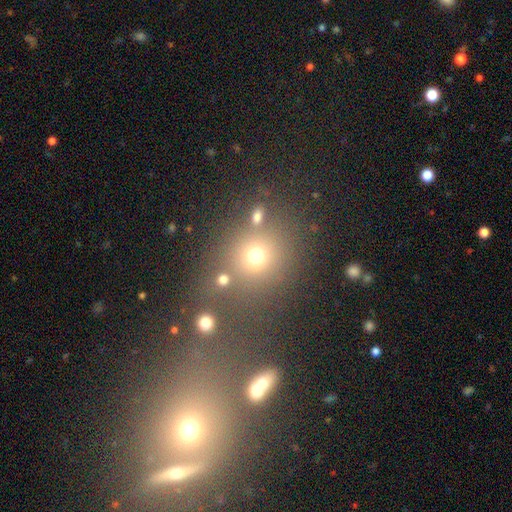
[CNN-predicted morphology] This appears to be a smooth galaxy with no disk features (60%) that is round (80%). Merging: none (65%).